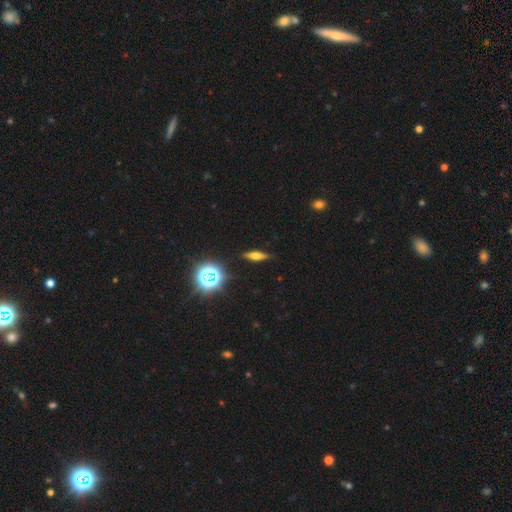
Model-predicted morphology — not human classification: smooth 45%, featured or disk 39%, star or artifact 16%. Down the decision tree: merging — none (86%).